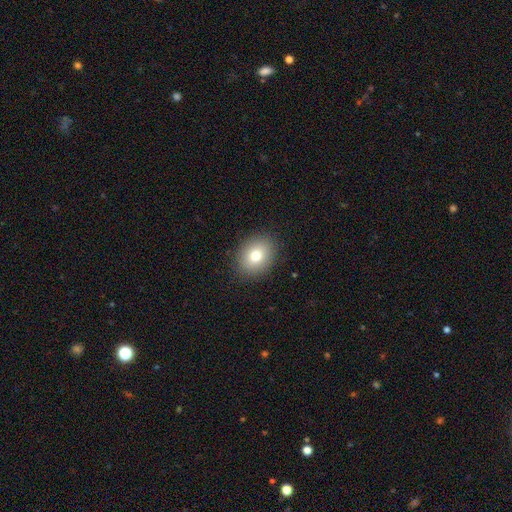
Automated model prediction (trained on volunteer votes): Q: Smooth or featured?
A: smooth (78%); runner-up: featured or disk (11%)
Q: How rounded?
A: in between (58%); runner-up: round (41%)
Q: Merging?
A: none (89%); runner-up: minor disturbance (8%)